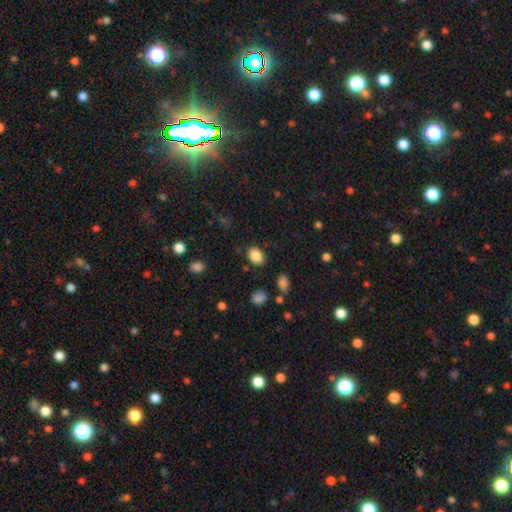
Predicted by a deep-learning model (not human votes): smooth_or_featured: smooth (p=0.86) [alt: star or artifact p=0.09]
how_rounded: in between (p=0.72) [alt: round p=0.27]
merging: none (p=0.83) [alt: minor disturbance p=0.11]